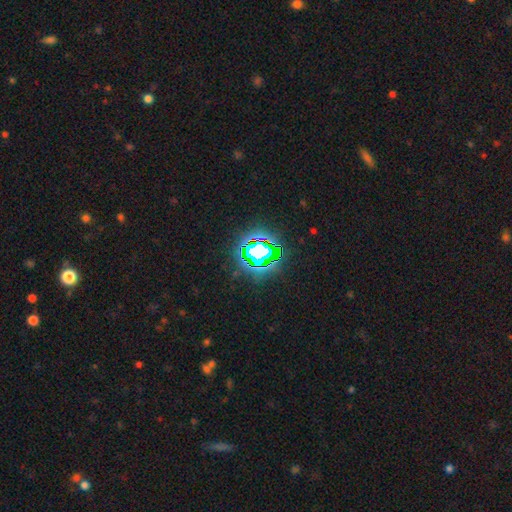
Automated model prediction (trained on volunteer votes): Smooth or featured?
  - star or artifact: 71% *
  - smooth: 16%
  - featured or disk: 13%